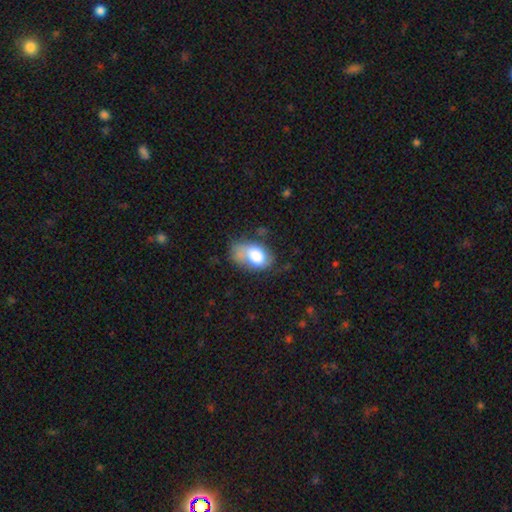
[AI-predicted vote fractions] Smooth or featured? smooth (72%)
How rounded? in between (86%)
Merging? minor disturbance (34%)